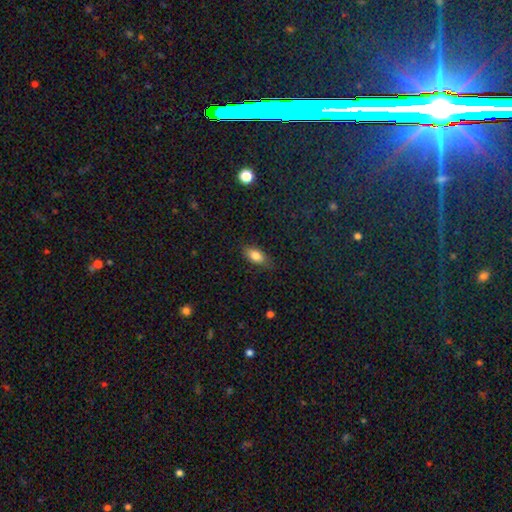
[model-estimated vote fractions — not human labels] smooth 80%, featured or disk 12%, star or artifact 8%. Down the decision tree: how rounded — in between (84%); merging — none (78%).